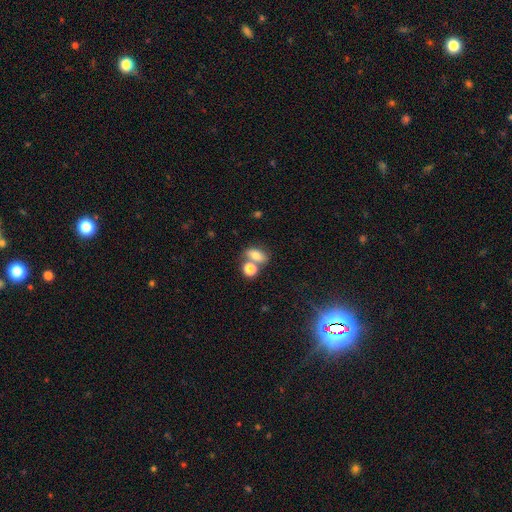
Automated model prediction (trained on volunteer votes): Overall: smooth (76%). How rounded: in between (75%). Merging: none (49%; merger 36%).